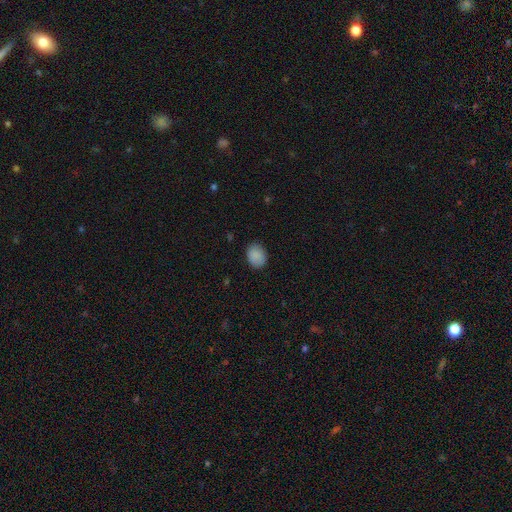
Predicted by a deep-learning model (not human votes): smooth_or_featured: smooth (p=0.88) [alt: star or artifact p=0.08]
how_rounded: in between (p=0.60) [alt: round p=0.39]
merging: none (p=0.83) [alt: minor disturbance p=0.13]